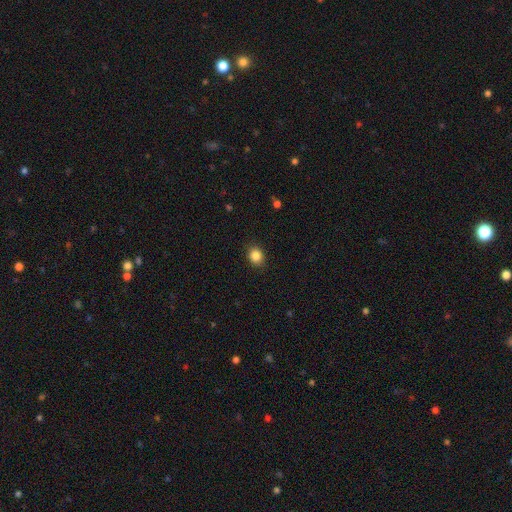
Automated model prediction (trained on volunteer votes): smooth 86%, star or artifact 10%, featured or disk 4%. Down the decision tree: how rounded — round (62%); merging — none (89%).